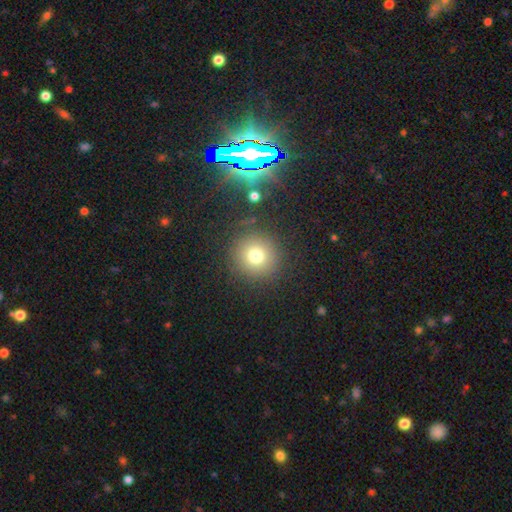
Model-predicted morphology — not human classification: A smooth galaxy with no disk features (74%) that is round (94%). Merging: none (87%).